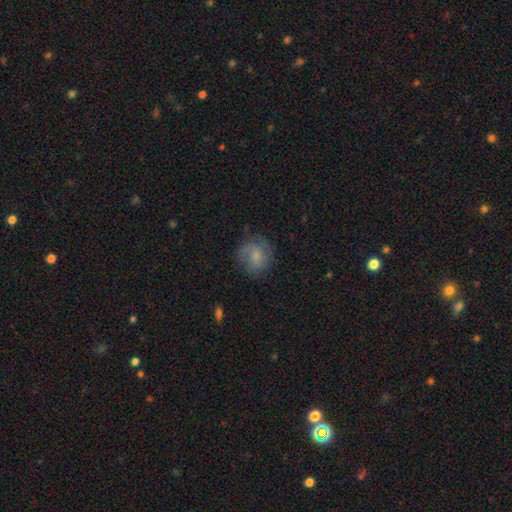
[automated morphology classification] Smooth or featured?
  - smooth: 62% *
  - featured or disk: 30%
  - star or artifact: 9%
How rounded?
  - round: 82% *
  - in between: 17%
  - cigar-shaped: 1%
Merging?
  - none: 71% *
  - minor disturbance: 20%
  - major disturbance: 8%
  - merger: 1%